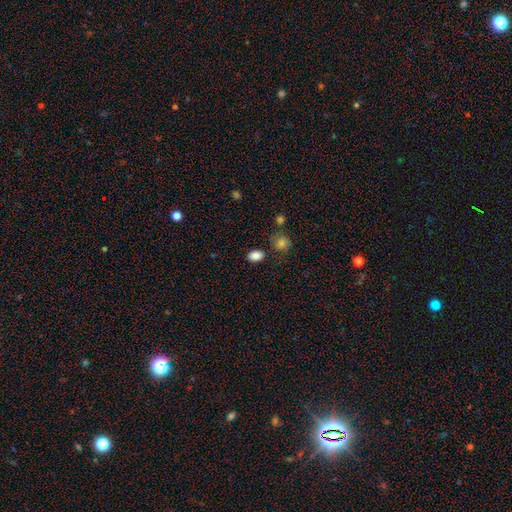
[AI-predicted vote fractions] Smooth or featured: smooth — 87% (star or artifact — 10%)
How rounded: in between — 84% (round — 14%)
Merging: none — 81% (minor disturbance — 12%)